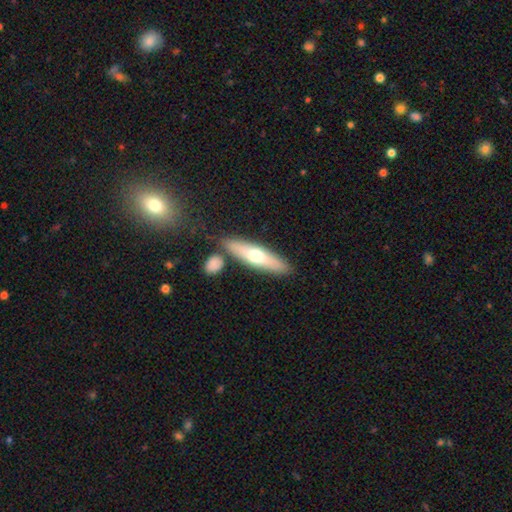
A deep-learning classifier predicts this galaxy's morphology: Smooth or featured: smooth — 50% (featured or disk — 44%)
How rounded: cigar-shaped — 74% (in between — 24%)
Merging: none — 80% (minor disturbance — 10%)